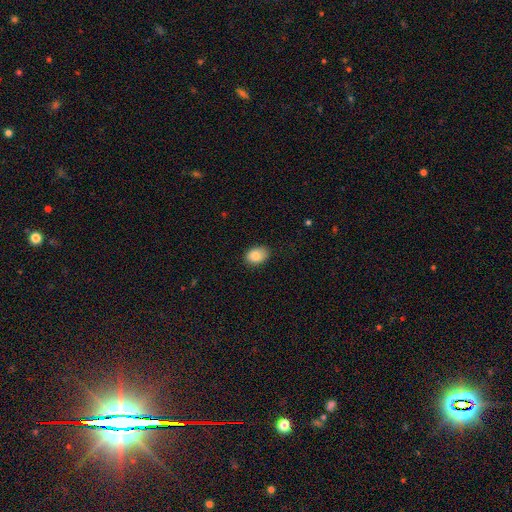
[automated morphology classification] Smooth or featured? Predicted: smooth (p=0.85). How rounded? Predicted: in between (p=0.75). Merging? Predicted: none (p=0.82).